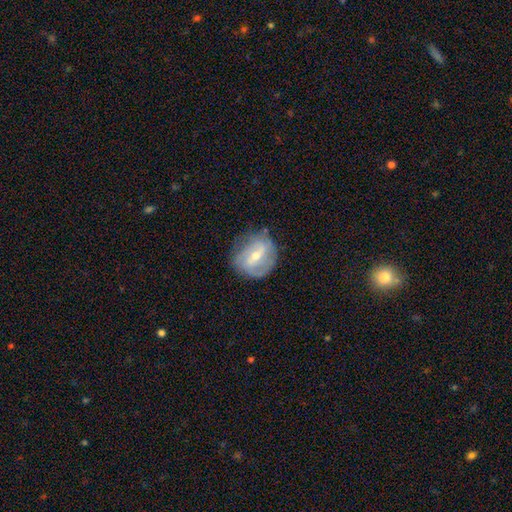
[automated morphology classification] This is likely a featured or disk galaxy (70%). It is clearly not viewed edge-on (95%). Bar: possibly weak (45%). Spiral arm pattern: likely yes (75%). Central bulge: possibly moderate (50%). Merging: likely none (71%).